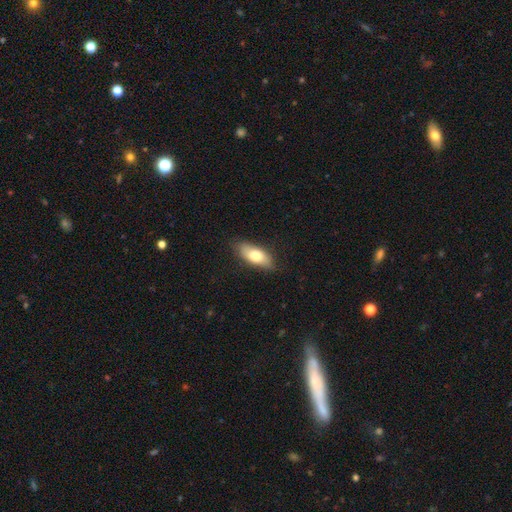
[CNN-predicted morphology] A smooth galaxy with no disk features (73%) that is in between round and cigar-shaped (82%).

Vote fractions:
- Smooth or featured? smooth: 73% / featured or disk: 21% / star or artifact: 6%
- How rounded? in between: 82% / cigar-shaped: 15% / round: 3%
- Merging? none: 82% / minor disturbance: 15% / major disturbance: 3% / merger: 1%